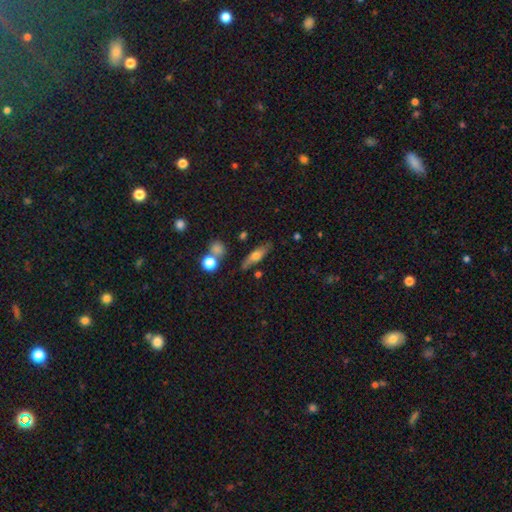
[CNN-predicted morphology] This is possibly a smooth galaxy (57%). How rounded: possibly cigar-shaped (57%). Merging: likely none (75%).